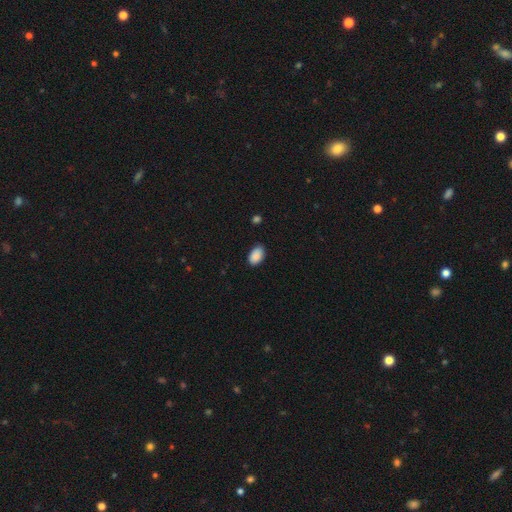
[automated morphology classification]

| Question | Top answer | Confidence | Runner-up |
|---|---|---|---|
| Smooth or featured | smooth | 89% | star or artifact (7%) |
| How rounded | in between | 91% | round (7%) |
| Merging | none | 84% | minor disturbance (13%) |